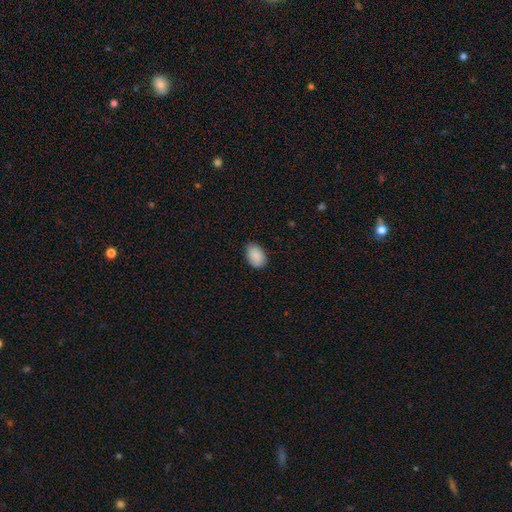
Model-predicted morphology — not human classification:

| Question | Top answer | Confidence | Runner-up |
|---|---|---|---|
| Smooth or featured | smooth | 89% | star or artifact (7%) |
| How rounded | in between | 87% | round (12%) |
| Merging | none | 79% | minor disturbance (17%) |